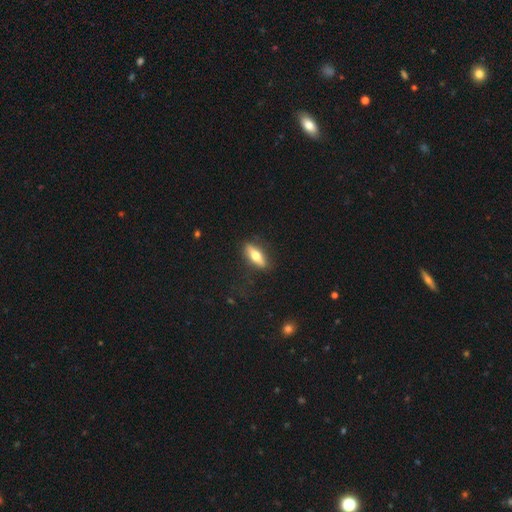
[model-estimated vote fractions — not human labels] smooth 52%, featured or disk 43%, star or artifact 6%. Down the decision tree: how rounded — cigar-shaped (49%); merging — none (84%).